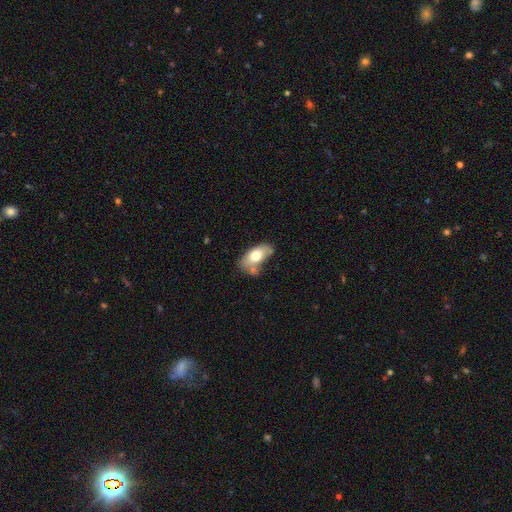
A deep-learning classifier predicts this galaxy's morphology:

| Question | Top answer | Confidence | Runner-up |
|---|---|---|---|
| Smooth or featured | smooth | 69% | featured or disk (25%) |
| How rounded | in between | 90% | cigar-shaped (6%) |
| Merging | none | 49% | minor disturbance (25%) |